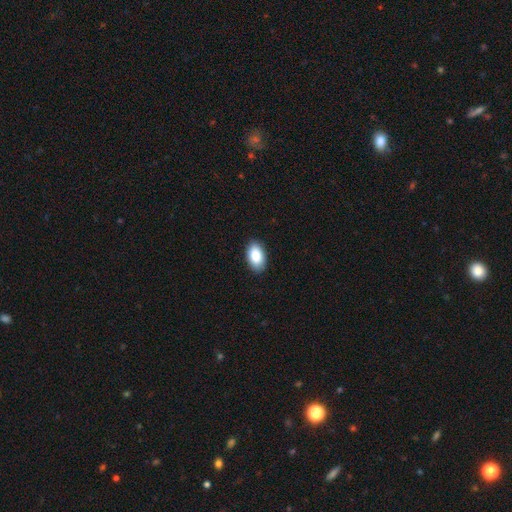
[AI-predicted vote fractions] smooth_or_featured: smooth (p=0.87) [alt: star or artifact p=0.07]
how_rounded: in between (p=0.94) [alt: round p=0.04]
merging: none (p=0.89) [alt: minor disturbance p=0.08]